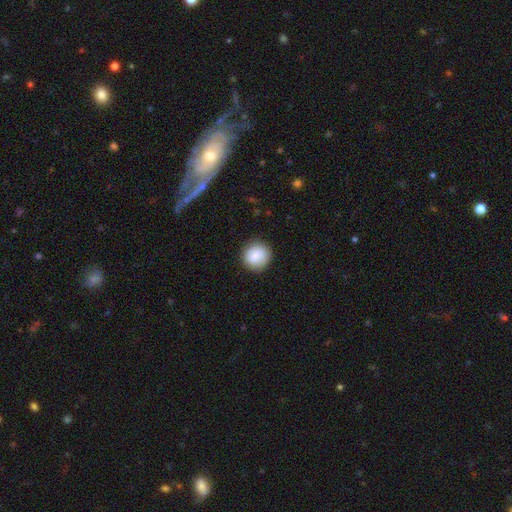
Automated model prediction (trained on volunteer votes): A smooth galaxy with no disk features (83%) that is round (91%). Merging: none (86%).